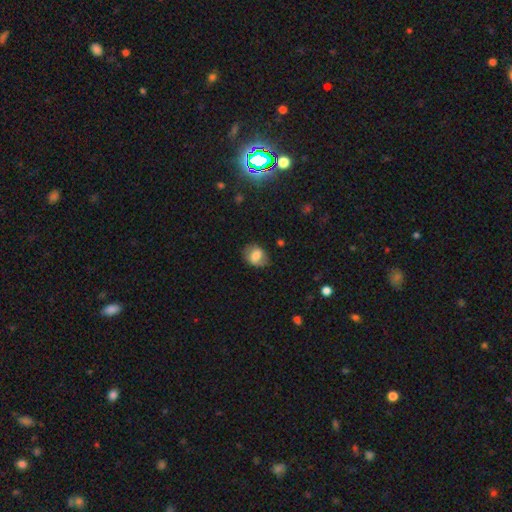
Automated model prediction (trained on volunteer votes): Smooth or featured? smooth (66%)
How rounded? in between (57%)
Merging? none (70%)